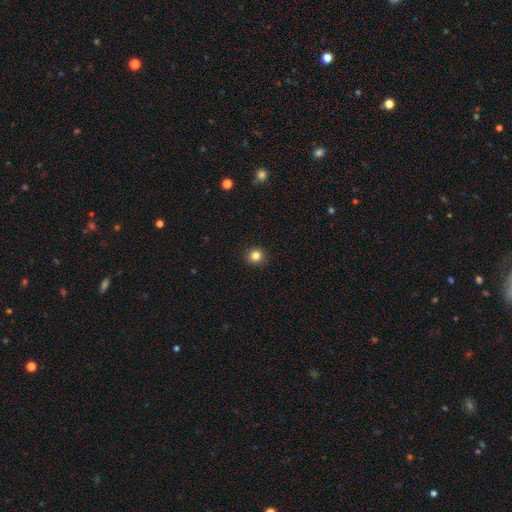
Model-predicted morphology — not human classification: This appears to be a smooth galaxy with no disk features (83%) that is round (92%). Merging: none (92%).